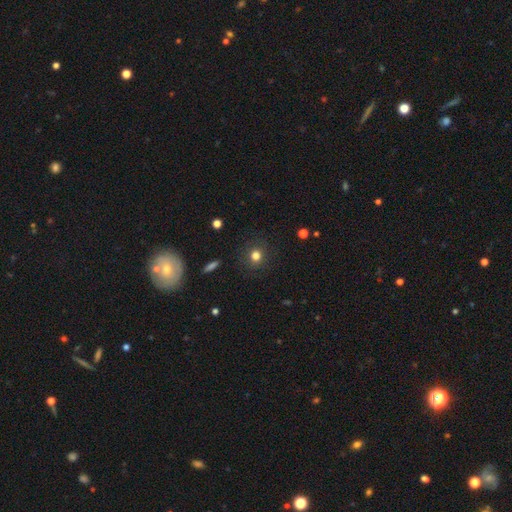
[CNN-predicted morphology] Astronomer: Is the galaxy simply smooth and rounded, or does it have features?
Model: smooth — 79%.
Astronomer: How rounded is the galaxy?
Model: round — 87%.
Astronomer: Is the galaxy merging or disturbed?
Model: none — 87%.